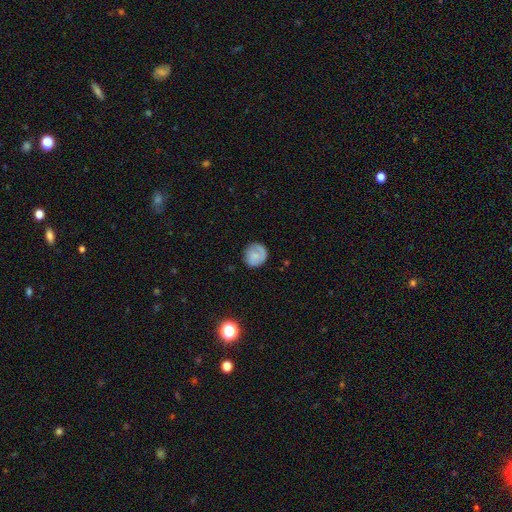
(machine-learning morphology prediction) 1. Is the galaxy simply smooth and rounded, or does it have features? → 68% smooth, 25% featured or disk, 7% star or artifact.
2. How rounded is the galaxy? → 89% round, 10% in between, 1% cigar-shaped.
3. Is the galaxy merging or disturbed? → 77% none, 16% minor disturbance, 5% major disturbance, 1% merger.